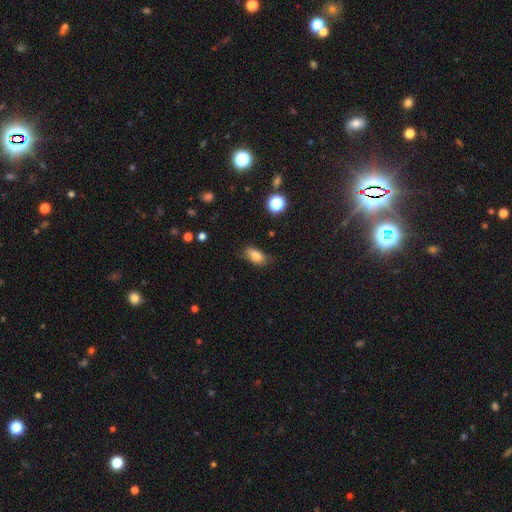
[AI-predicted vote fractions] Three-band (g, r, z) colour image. It shows a smooth galaxy with no disk features (81%) that is in between round and cigar-shaped (87%). Merging: none (74%).